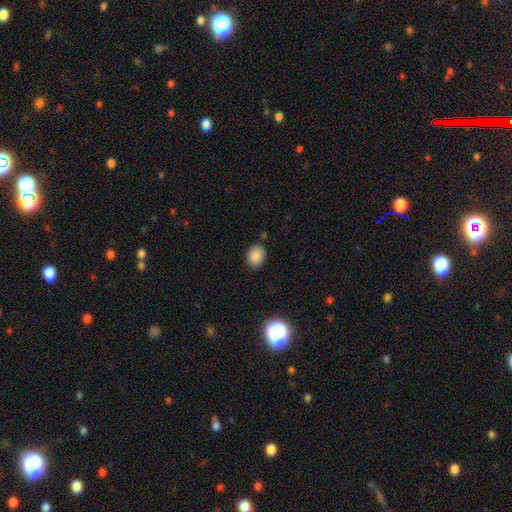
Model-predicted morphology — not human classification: Smooth or featured? smooth (86%)
How rounded? in between (57%)
Merging? none (84%)